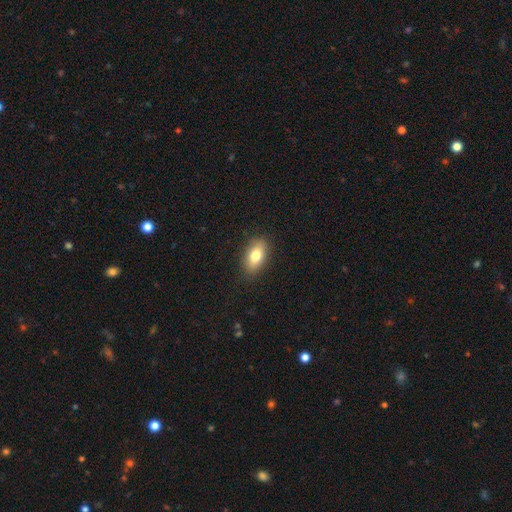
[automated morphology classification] A smooth galaxy with no disk features (79%) that is in between round and cigar-shaped (89%). Merging: none (87%).